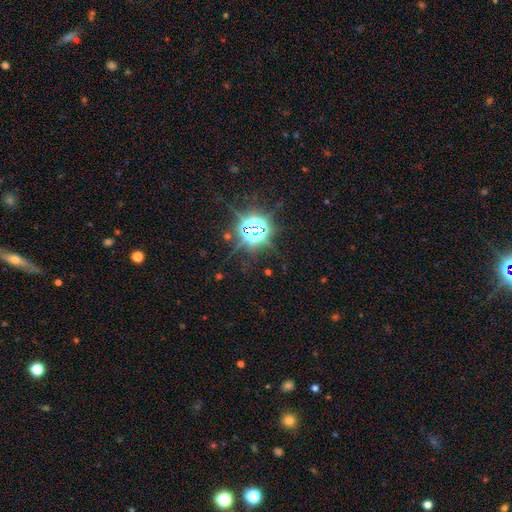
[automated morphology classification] smooth_or_featured: star or artifact (p=0.79) [alt: smooth p=0.14]